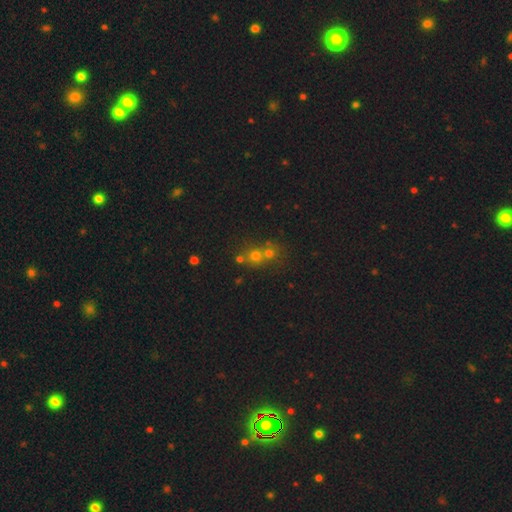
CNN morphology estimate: Q: Smooth or featured?
A: smooth (60%); runner-up: star or artifact (25%)
Q: How rounded?
A: round (83%); runner-up: in between (16%)
Q: Merging?
A: merger (48%); runner-up: none (43%)